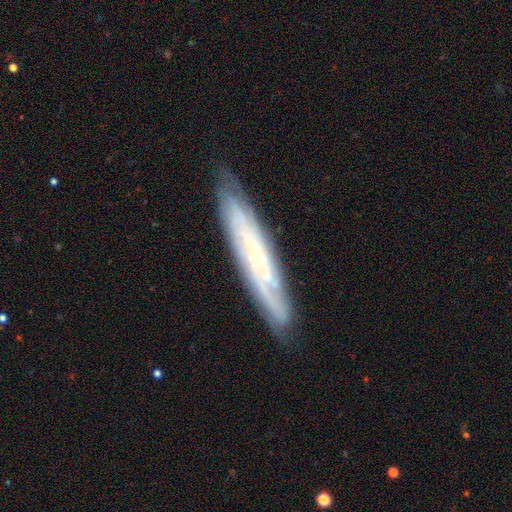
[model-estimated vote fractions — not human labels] Smooth or featured? Predicted: featured or disk (p=0.67). Edge-on disk? Predicted: yes (p=0.56). Merging? Predicted: none (p=0.82).